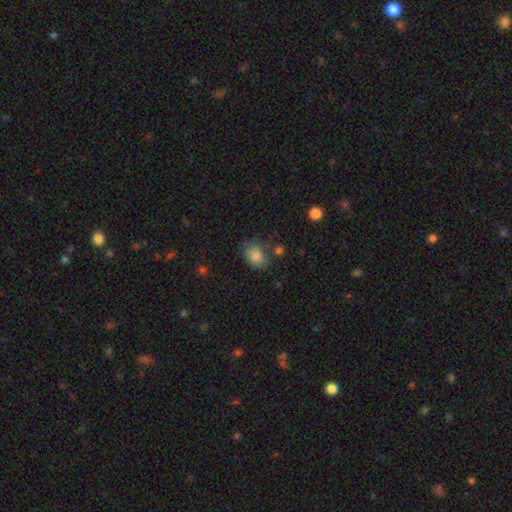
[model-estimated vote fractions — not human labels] This is clearly a smooth galaxy (83%). How rounded: likely in between (70%). Merging: likely none (63%).